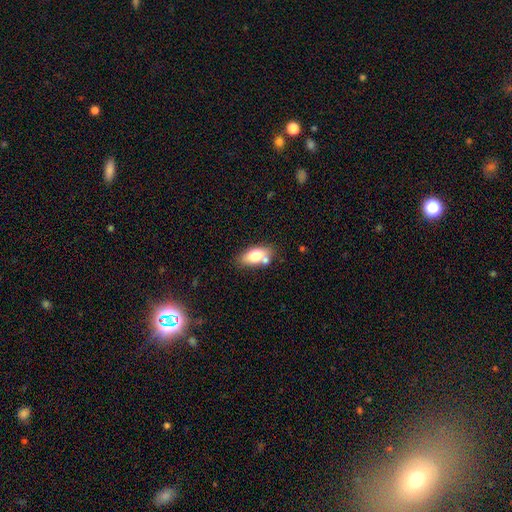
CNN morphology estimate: The model was most divided on "merging": none: 64%, merger: 17%, minor disturbance: 15%, major disturbance: 4%. More confident: how rounded — in between (87%); smooth or featured — smooth (74%).